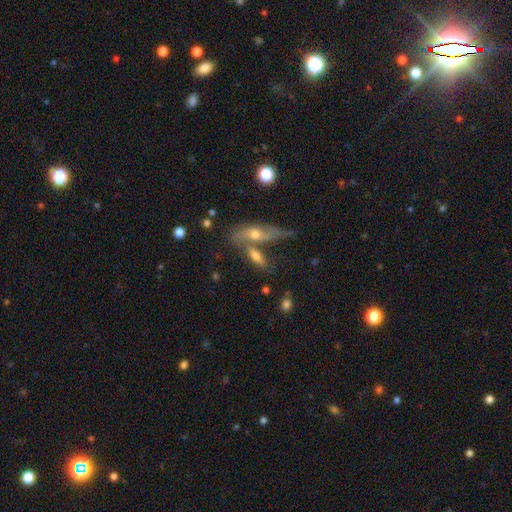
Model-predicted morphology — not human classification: This appears to be a smooth galaxy with no disk features (56%) that is in between round and cigar-shaped (56%). Merging: merger (42%).